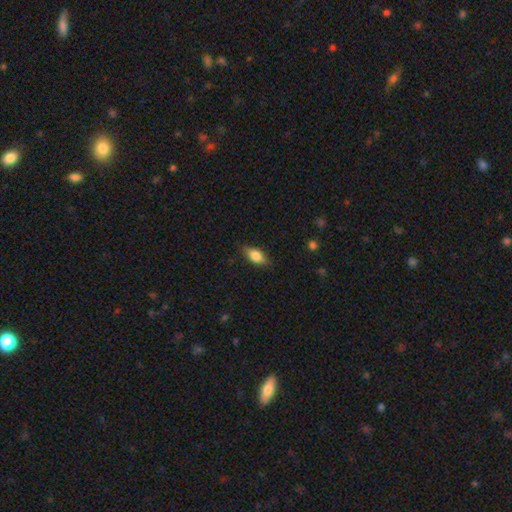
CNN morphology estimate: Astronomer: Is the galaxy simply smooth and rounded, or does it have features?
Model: smooth — 78%.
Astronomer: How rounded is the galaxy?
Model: in between — 86%.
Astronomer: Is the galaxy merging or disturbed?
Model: none — 81%.